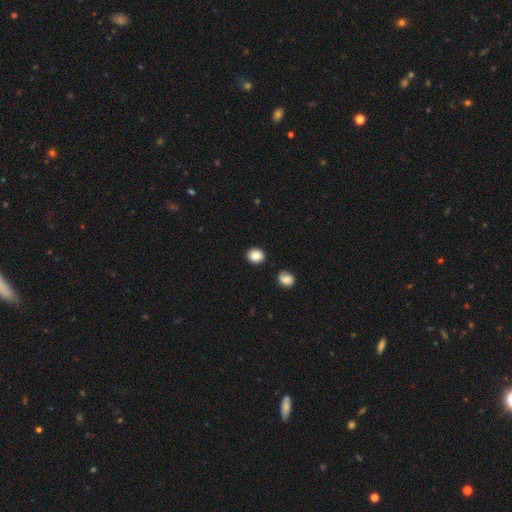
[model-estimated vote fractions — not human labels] Smooth or featured?
  - smooth: 87% *
  - star or artifact: 9%
  - featured or disk: 4%
How rounded?
  - round: 69% *
  - in between: 30%
  - cigar-shaped: 1%
Merging?
  - none: 87% *
  - minor disturbance: 8%
  - merger: 3%
  - major disturbance: 2%